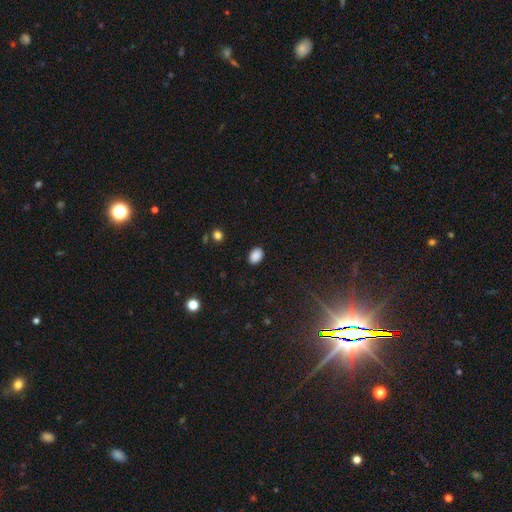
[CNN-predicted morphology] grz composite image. It shows a smooth galaxy with no disk features (88%) that is in between round and cigar-shaped (83%). Merging: none (88%).